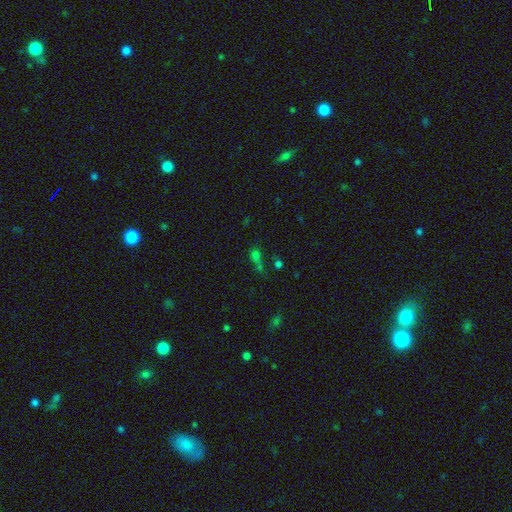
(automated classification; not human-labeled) Smooth or featured?
  - smooth: 47% *
  - star or artifact: 41%
  - featured or disk: 12%
Merging?
  - none: 41% *
  - merger: 32%
  - minor disturbance: 13%
  - major disturbance: 13%